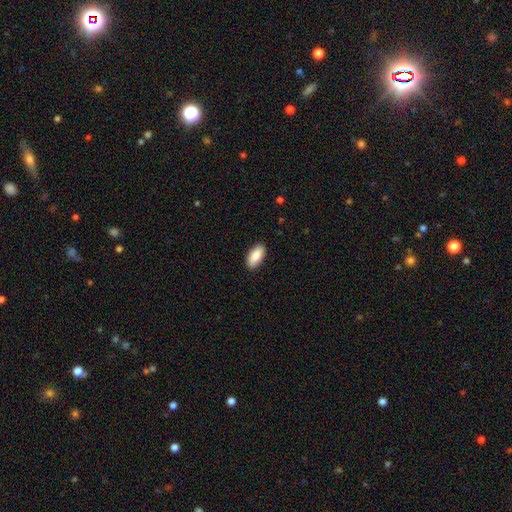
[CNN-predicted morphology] Smooth or featured? smooth (87%)
How rounded? in between (92%)
Merging? none (89%)